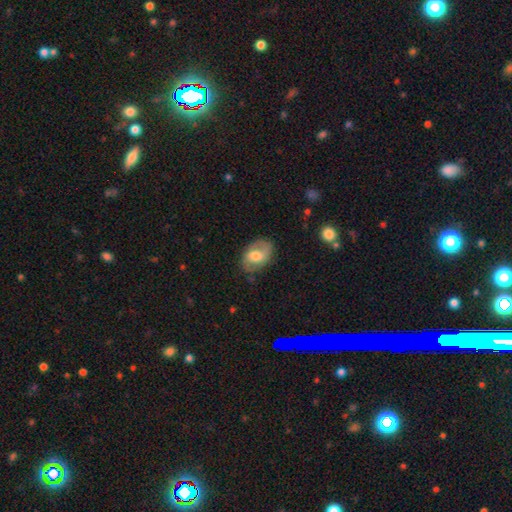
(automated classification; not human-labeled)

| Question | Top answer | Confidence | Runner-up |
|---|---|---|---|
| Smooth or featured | smooth | 47% | featured or disk (46%) |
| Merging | none | 69% | minor disturbance (22%) |